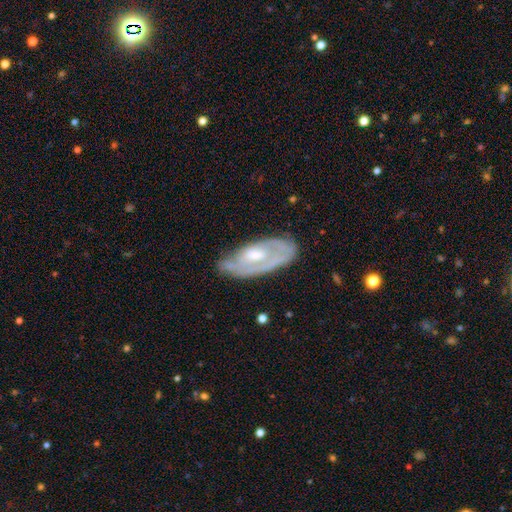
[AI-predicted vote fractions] Q: Smooth or featured?
A: featured or disk (68%); runner-up: smooth (26%)
Q: Edge-on disk?
A: no (86%); runner-up: yes (14%)
Q: Bar?
A: no (67%); runner-up: weak (27%)
Q: Spiral arms?
A: yes (65%); runner-up: no (35%)
Q: Bulge size?
A: moderate (56%); runner-up: small (22%)
Q: Merging?
A: none (58%); runner-up: minor disturbance (27%)